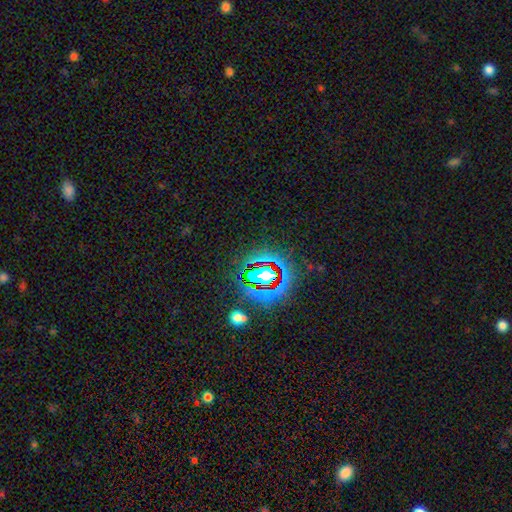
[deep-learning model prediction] Overall: star or artifact (81%).